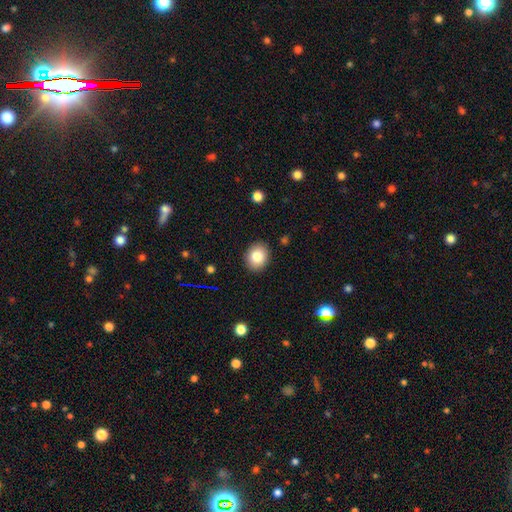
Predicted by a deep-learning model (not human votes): smooth 85%, star or artifact 8%, featured or disk 7%. Down the decision tree: how rounded — in between (51%); merging — none (89%).